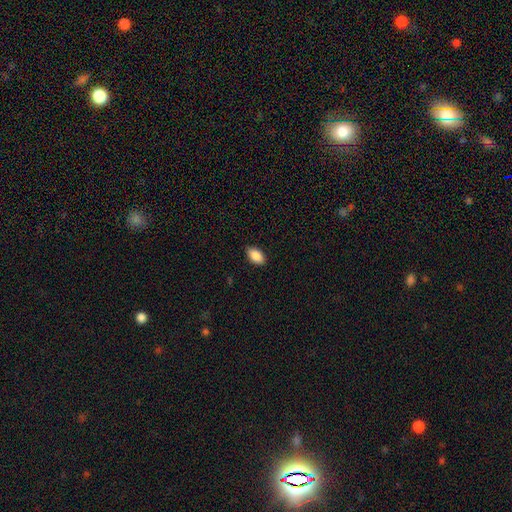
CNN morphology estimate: smooth 88%, star or artifact 7%, featured or disk 4%. Down the decision tree: how rounded — in between (93%); merging — none (86%).